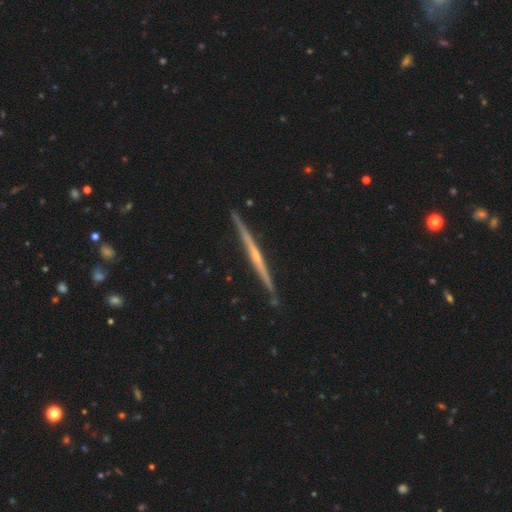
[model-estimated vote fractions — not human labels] The model was most divided on "edge-on bulge": rounded: 48%, none: 45%, boxy: 7%. More confident: edge-on disk — yes (98%); merging — none (91%); smooth or featured — featured or disk (81%).